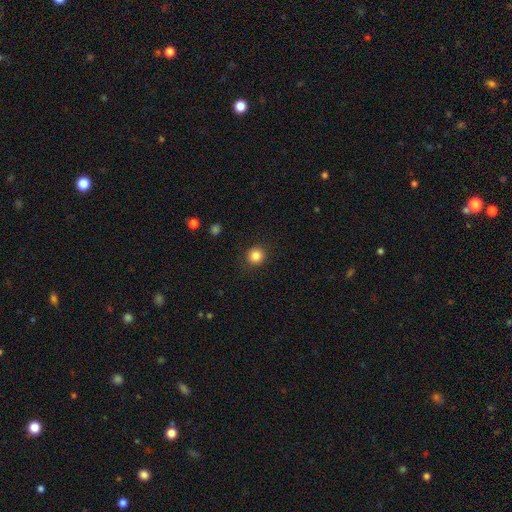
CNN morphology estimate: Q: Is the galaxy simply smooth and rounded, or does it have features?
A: smooth — 85%.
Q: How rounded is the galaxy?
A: round — 92%.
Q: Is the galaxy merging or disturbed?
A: none — 90%.